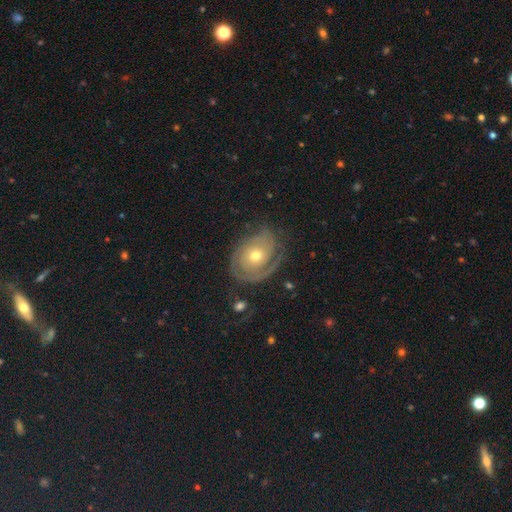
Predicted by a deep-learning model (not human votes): Q: Smooth or featured?
A: featured or disk (77%); runner-up: smooth (16%)
Q: Edge-on disk?
A: no (96%); runner-up: yes (4%)
Q: Bar?
A: no (81%); runner-up: weak (16%)
Q: Spiral arms?
A: yes (88%); runner-up: no (12%)
Q: Spiral winding?
A: tight (65%); runner-up: medium (25%)
Q: Spiral arm count?
A: 2 (37%); runner-up: 1 (24%)
Q: Bulge size?
A: moderate (62%); runner-up: small (34%)
Q: Merging?
A: none (64%); runner-up: minor disturbance (21%)